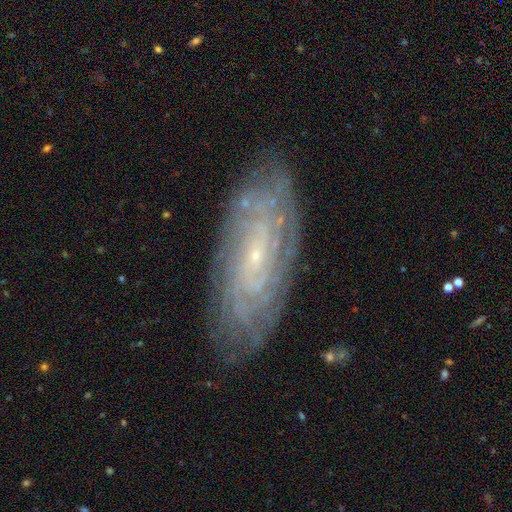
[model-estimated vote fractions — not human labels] Smooth or featured? Predicted: featured or disk (p=0.75). Edge-on disk? Predicted: no (p=0.86). Bar? Predicted: no (p=0.63). Spiral arms? Predicted: yes (p=0.85). Spiral winding? Predicted: tight (p=0.74). Spiral arm count? Predicted: can't tell (p=0.62). Bulge size? Predicted: small (p=0.85). Merging? Predicted: none (p=0.83).